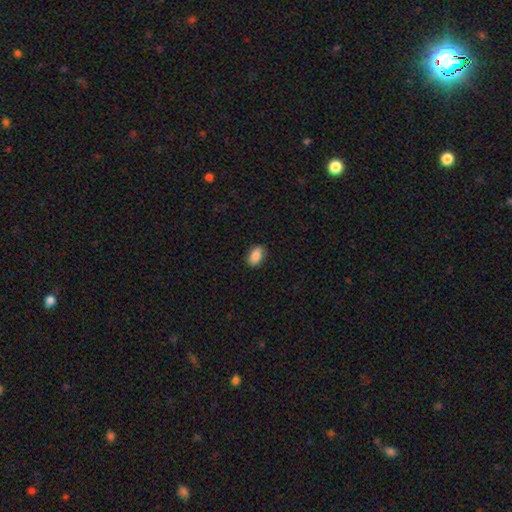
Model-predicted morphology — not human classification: type=smooth (86%); roundness=in between (89%); merging=none (85%).